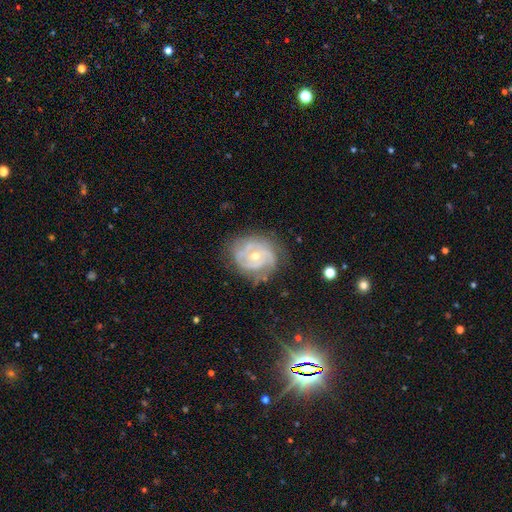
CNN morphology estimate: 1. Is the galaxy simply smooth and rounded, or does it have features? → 81% featured or disk, 11% smooth, 8% star or artifact.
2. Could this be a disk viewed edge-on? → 97% no, 3% yes.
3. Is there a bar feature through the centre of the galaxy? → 70% no, 24% weak, 6% strong.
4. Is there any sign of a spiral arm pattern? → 92% yes, 8% no.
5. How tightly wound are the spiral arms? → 66% tight, 27% medium, 7% loose.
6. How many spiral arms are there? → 30% 2, 28% can't tell, 25% 3, 7% 4, 5% 1, 5% more than 4.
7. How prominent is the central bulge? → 53% small, 44% moderate, 1% large, 1% none, 1% dominant.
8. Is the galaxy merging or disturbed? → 69% none, 21% minor disturbance, 8% major disturbance, 2% merger.